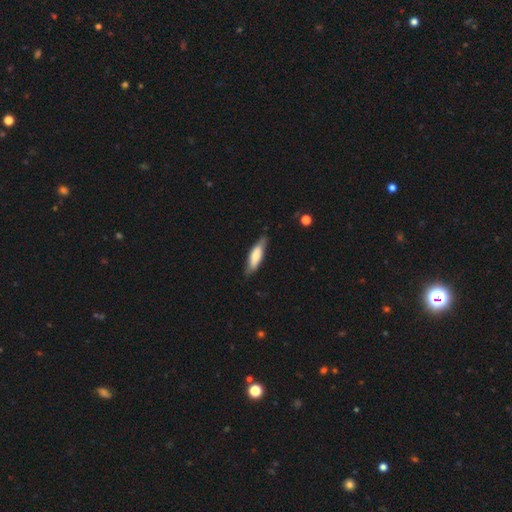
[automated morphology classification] This appears to be a smooth galaxy with no disk features (70%) that is cigar-shaped (54%). Merging: none (75%).